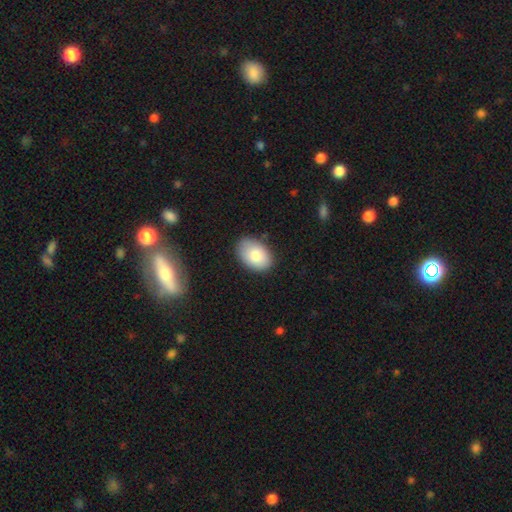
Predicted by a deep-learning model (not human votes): Morphology: type=smooth (81%); roundness=in between (86%); merging=none (83%).